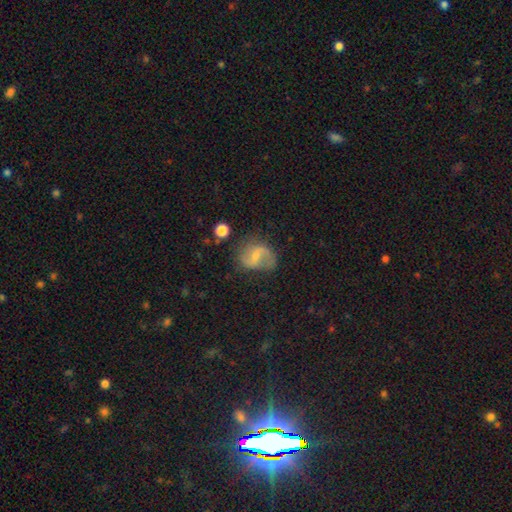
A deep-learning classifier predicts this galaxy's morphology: Smooth or featured: featured or disk — 67% (smooth — 24%)
Edge-on disk: no — 97% (yes — 3%)
Bar: weak — 51% (strong — 25%)
Spiral arms: yes — 87% (no — 13%)
Spiral winding: loose — 57% (medium — 34%)
Spiral arm count: 2 — 82% (1 — 8%)
Bulge size: small — 56% (moderate — 22%)
Merging: none — 62% (minor disturbance — 23%)